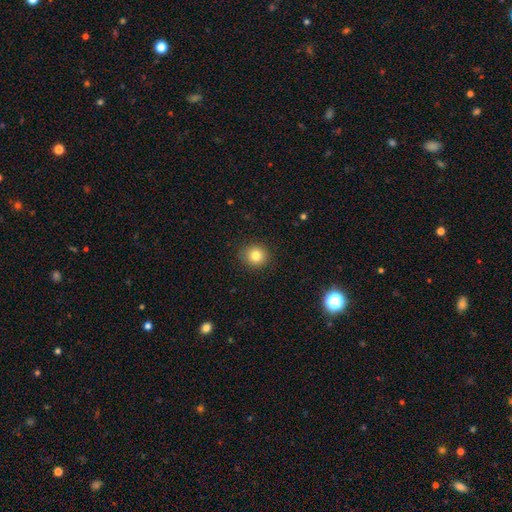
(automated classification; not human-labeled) This appears to be a smooth galaxy with no disk features (82%) that is round (87%). Merging: none (90%).